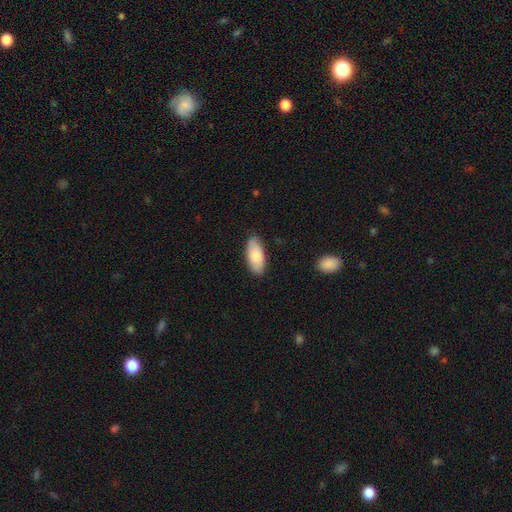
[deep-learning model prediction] The model was most divided on "smooth or featured": smooth: 78%, featured or disk: 16%, star or artifact: 6%. More confident: how rounded — in between (90%); merging — none (84%).